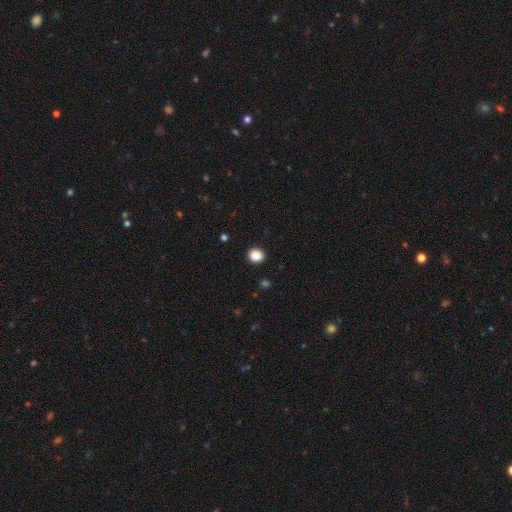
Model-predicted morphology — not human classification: This appears to be a smooth galaxy with no disk features (88%) that is round (84%). Merging: none (91%).